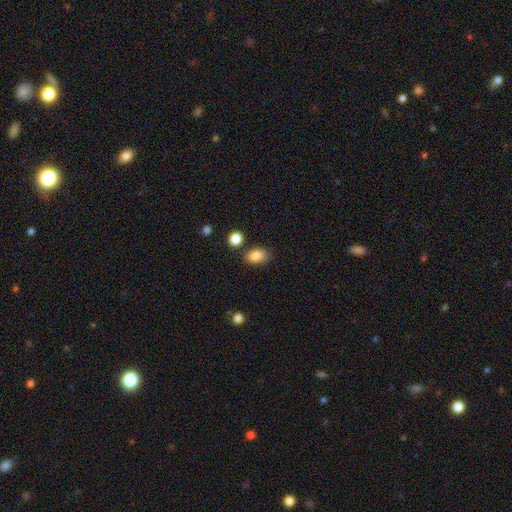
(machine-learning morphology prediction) smooth_or_featured: smooth (p=0.85) [alt: star or artifact p=0.09]
how_rounded: in between (p=0.80) [alt: round p=0.18]
merging: none (p=0.80) [alt: minor disturbance p=0.12]